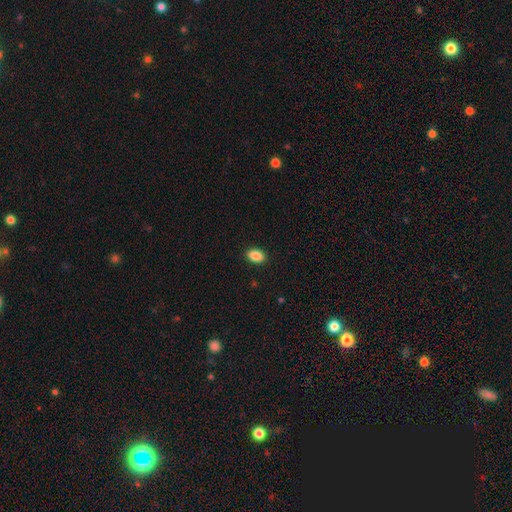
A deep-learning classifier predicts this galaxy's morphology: A smooth galaxy with no disk features (88%) that is in between round and cigar-shaped (87%).

Vote fractions:
- Smooth or featured? smooth: 88% / star or artifact: 8% / featured or disk: 4%
- How rounded? in between: 87% / round: 12% / cigar-shaped: 2%
- Merging? none: 90% / minor disturbance: 7% / major disturbance: 2% / merger: 1%